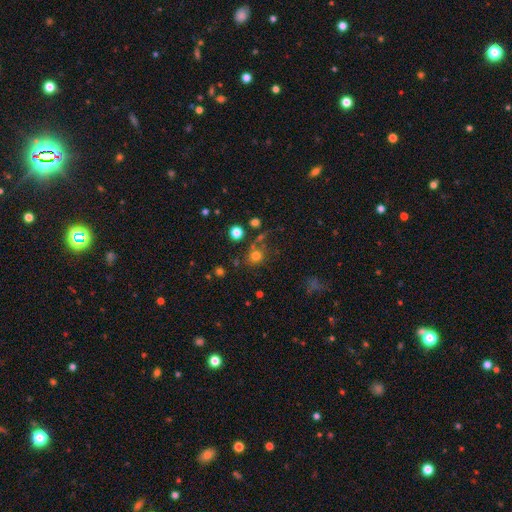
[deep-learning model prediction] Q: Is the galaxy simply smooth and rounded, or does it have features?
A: smooth — 73%.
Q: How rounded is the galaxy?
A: round — 85%.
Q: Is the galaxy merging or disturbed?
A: none — 67%.